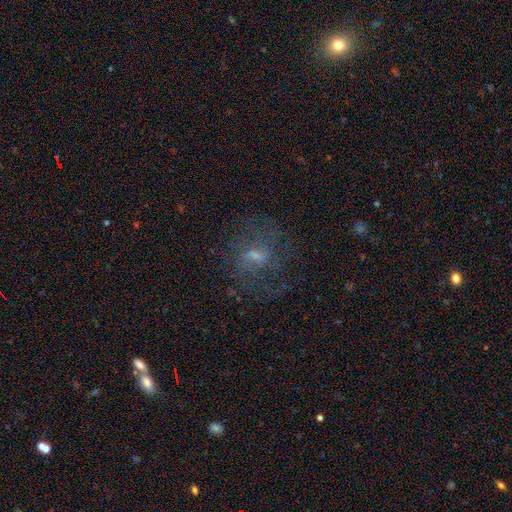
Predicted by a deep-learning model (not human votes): Smooth or featured? Predicted: featured or disk (p=0.58). Edge-on disk? Predicted: no (p=0.96). Bar? Predicted: weak (p=0.50). Spiral arms? Predicted: yes (p=0.65). Bulge size? Predicted: small (p=0.60). Merging? Predicted: none (p=0.59).